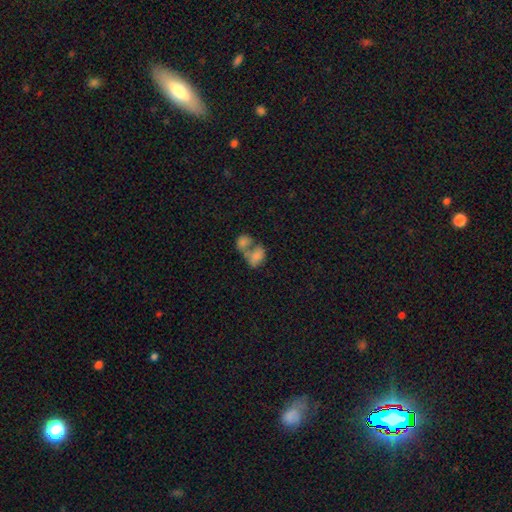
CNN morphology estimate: Smooth or featured? smooth (75%)
How rounded? in between (80%)
Merging? merger (70%)